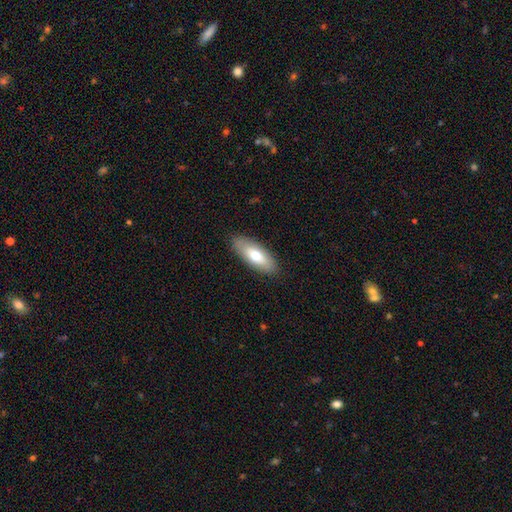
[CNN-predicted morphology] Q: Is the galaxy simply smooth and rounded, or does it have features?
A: smooth — 65%.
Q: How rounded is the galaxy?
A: in between — 74%.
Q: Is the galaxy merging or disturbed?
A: none — 87%.